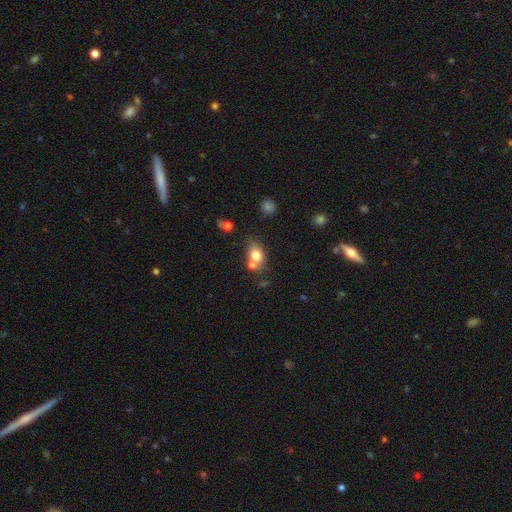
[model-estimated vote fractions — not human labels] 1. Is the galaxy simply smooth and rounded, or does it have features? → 74% smooth, 15% featured or disk, 11% star or artifact.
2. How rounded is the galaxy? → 61% in between, 37% round, 2% cigar-shaped.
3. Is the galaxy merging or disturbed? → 44% none, 38% merger, 13% minor disturbance, 5% major disturbance.